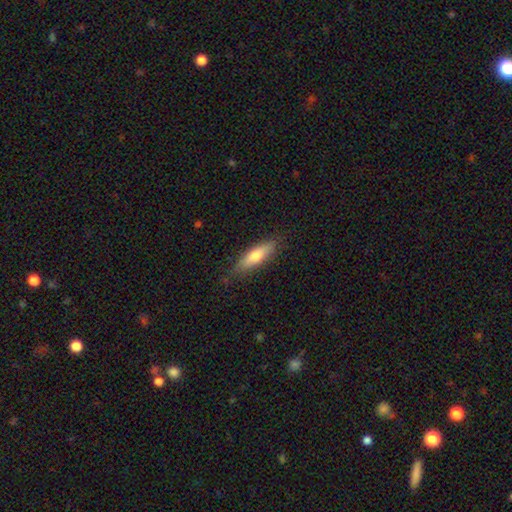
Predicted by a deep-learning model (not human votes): This is likely a smooth galaxy (66%). How rounded: likely cigar-shaped (62%). Merging: clearly none (83%).